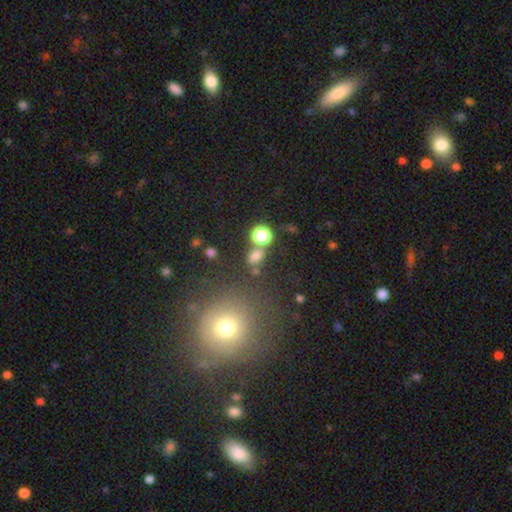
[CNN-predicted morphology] smooth-or-featured: smooth: 70% | star or artifact: 22% | featured or disk: 9%
  how-rounded: round: 53% | in between: 45% | cigar-shaped: 2%
  merging: none: 65% | merger: 19% | minor disturbance: 11% | major disturbance: 6%